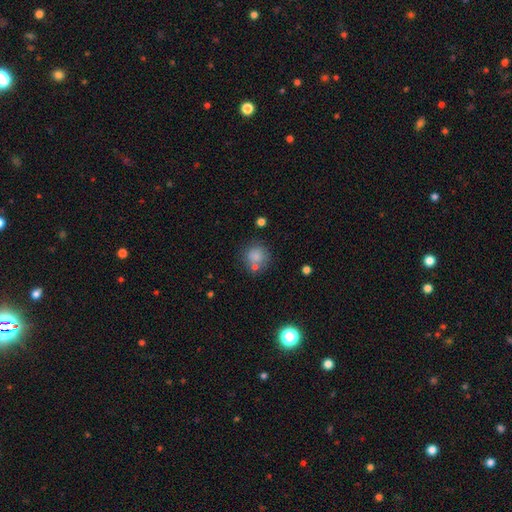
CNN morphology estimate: smooth-or-featured: smooth: 81% | star or artifact: 11% | featured or disk: 8%
  how-rounded: round: 87% | in between: 12% | cigar-shaped: 1%
  merging: none: 64% | merger: 16% | minor disturbance: 14% | major disturbance: 6%